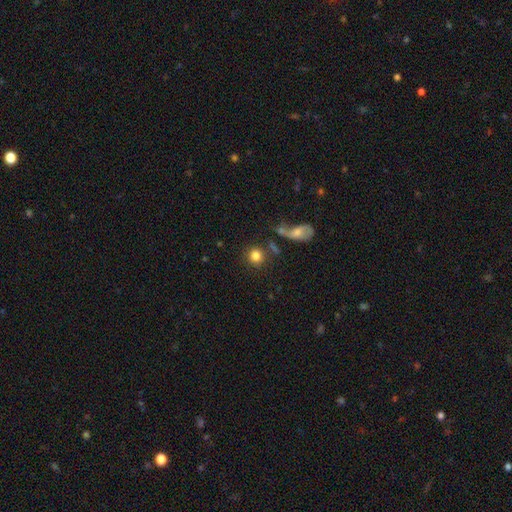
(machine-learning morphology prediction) A smooth galaxy with no disk features (81%) that is round (88%). Merging: none (74%).